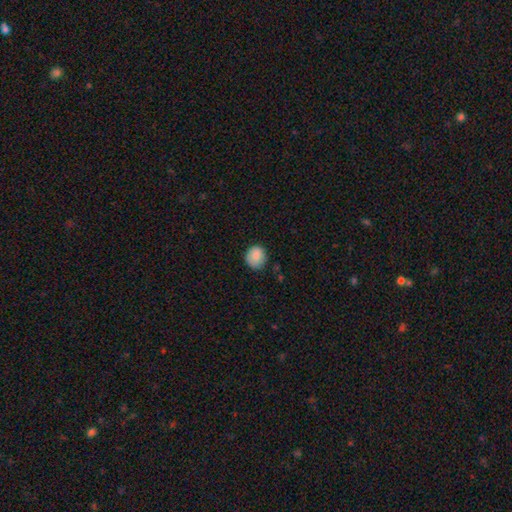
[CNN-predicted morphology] Smooth or featured? Predicted: smooth (p=0.86). How rounded? Predicted: round (p=0.80). Merging? Predicted: none (p=0.76).